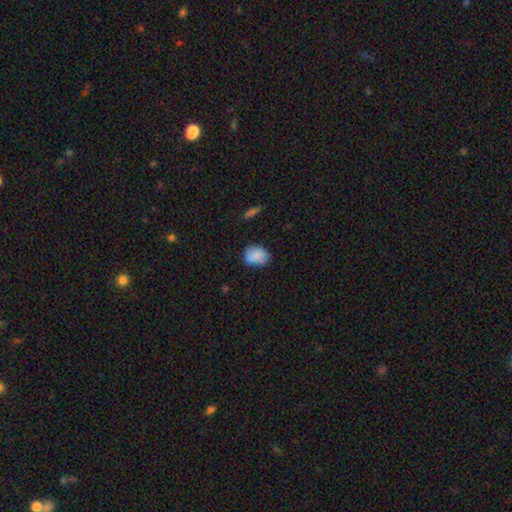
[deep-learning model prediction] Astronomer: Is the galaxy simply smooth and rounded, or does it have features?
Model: smooth — 81%.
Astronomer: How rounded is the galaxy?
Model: in between — 51% (runner-up: round, 48%).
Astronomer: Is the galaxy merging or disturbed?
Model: none — 66%.